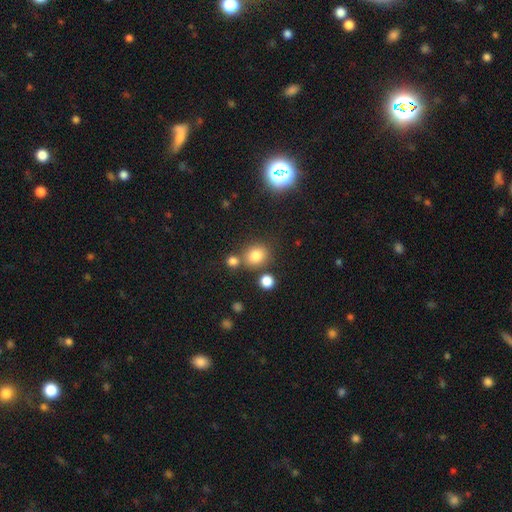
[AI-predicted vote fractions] Smooth or featured? Predicted: smooth (p=0.79). How rounded? Predicted: round (p=0.71). Merging? Predicted: none (p=0.69).